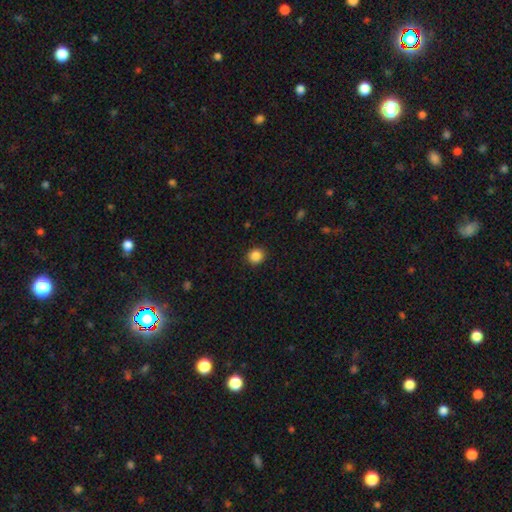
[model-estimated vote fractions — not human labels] A smooth galaxy with no disk features (87%) that is round (88%).

Vote fractions:
- Smooth or featured? smooth: 87% / star or artifact: 10% / featured or disk: 3%
- How rounded? round: 88% / in between: 11% / cigar-shaped: 1%
- Merging? none: 91% / minor disturbance: 6% / major disturbance: 2% / merger: 1%